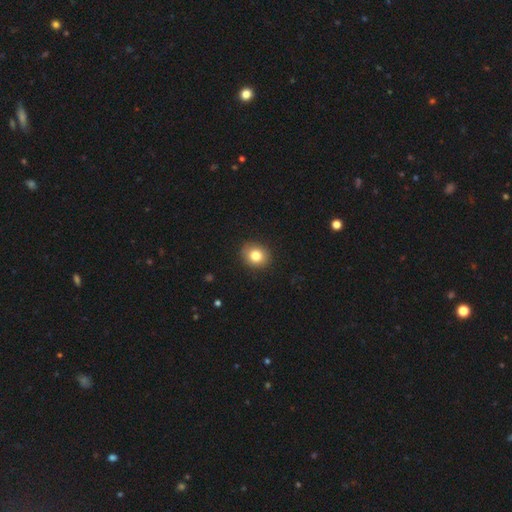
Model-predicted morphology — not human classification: Q: Smooth or featured?
A: smooth (82%); runner-up: star or artifact (10%)
Q: How rounded?
A: round (71%); runner-up: in between (28%)
Q: Merging?
A: none (89%); runner-up: minor disturbance (8%)